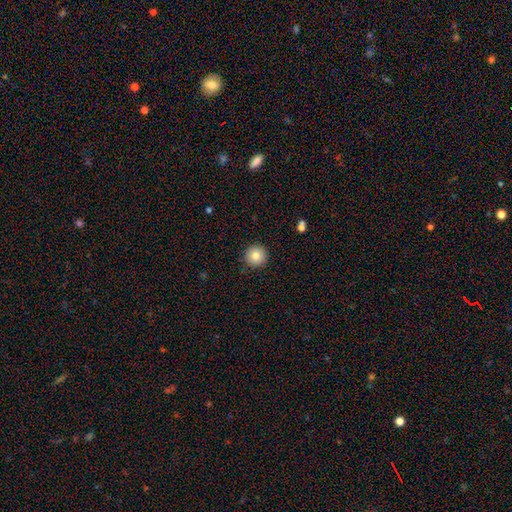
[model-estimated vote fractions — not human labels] Smooth or featured? smooth (82%)
How rounded? round (96%)
Merging? none (90%)